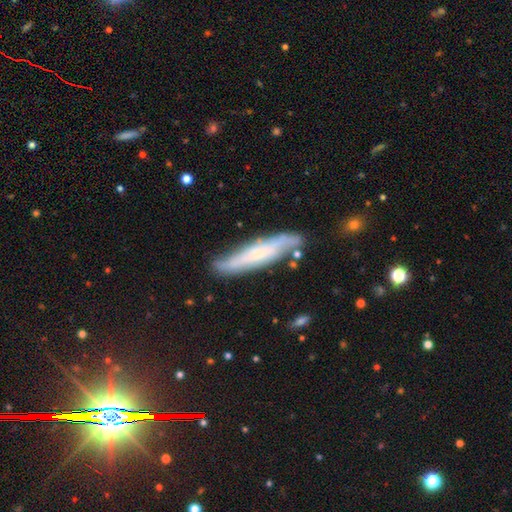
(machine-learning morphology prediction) smooth_or_featured: featured or disk (p=0.53) [alt: smooth p=0.38]
disk_edge_on: yes (p=0.59) [alt: no p=0.41]
merging: none (p=0.76) [alt: minor disturbance p=0.17]